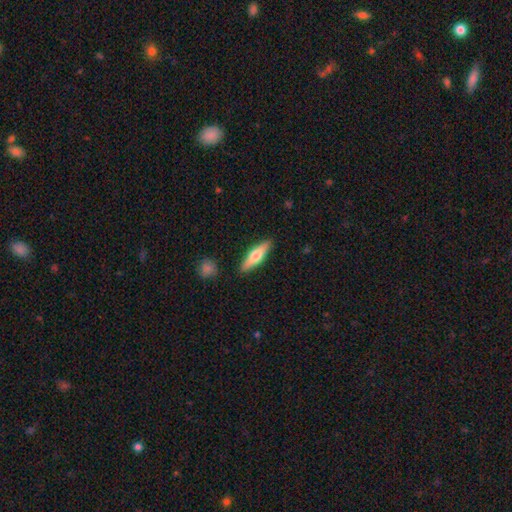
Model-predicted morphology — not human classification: This appears to be a smooth galaxy with no disk features (56%) that is cigar-shaped (62%). Merging: none (88%).